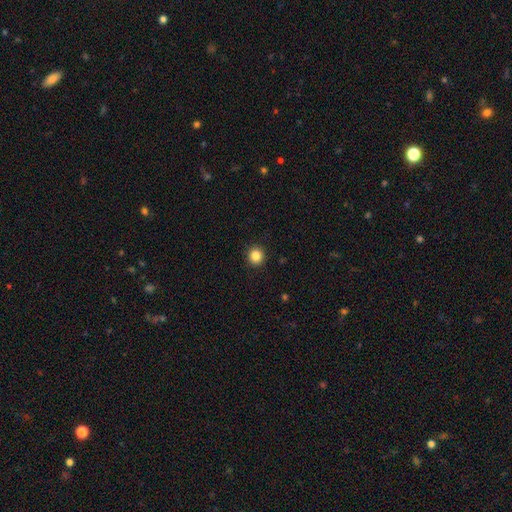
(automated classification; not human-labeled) This appears to be a smooth galaxy with no disk features (85%) that is round (93%). Merging: none (93%).